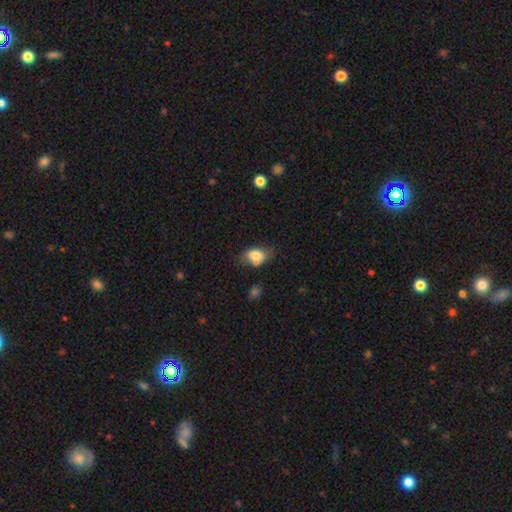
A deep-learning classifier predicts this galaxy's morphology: smooth 76%, featured or disk 15%, star or artifact 9%. Down the decision tree: how rounded — in between (84%); merging — none (46%).